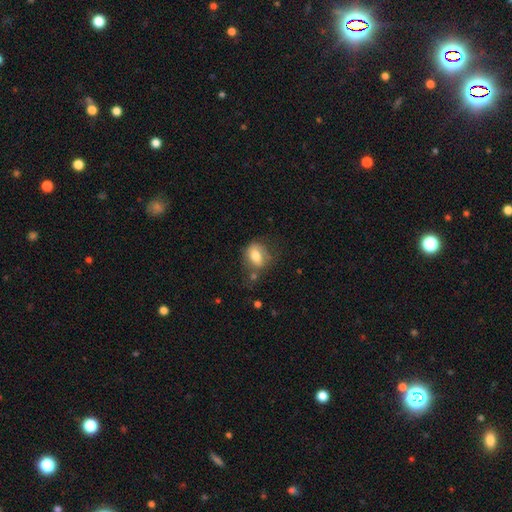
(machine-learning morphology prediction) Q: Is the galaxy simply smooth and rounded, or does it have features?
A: smooth — 73%.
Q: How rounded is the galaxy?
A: in between — 64%.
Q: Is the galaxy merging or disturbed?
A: none — 54%.